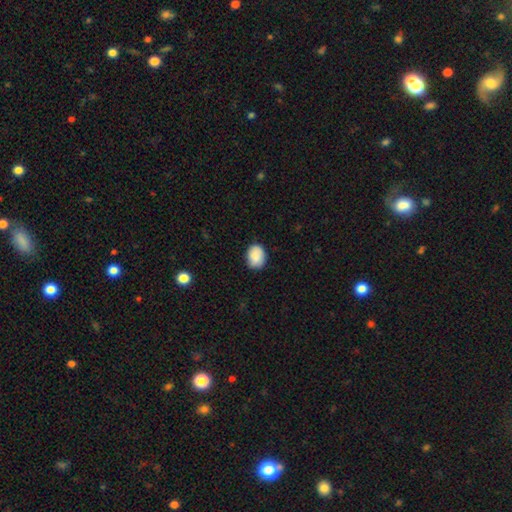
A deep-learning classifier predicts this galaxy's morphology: smooth_or_featured: smooth (p=0.87) [alt: star or artifact p=0.07]
how_rounded: in between (p=0.56) [alt: round p=0.43]
merging: none (p=0.82) [alt: minor disturbance p=0.15]